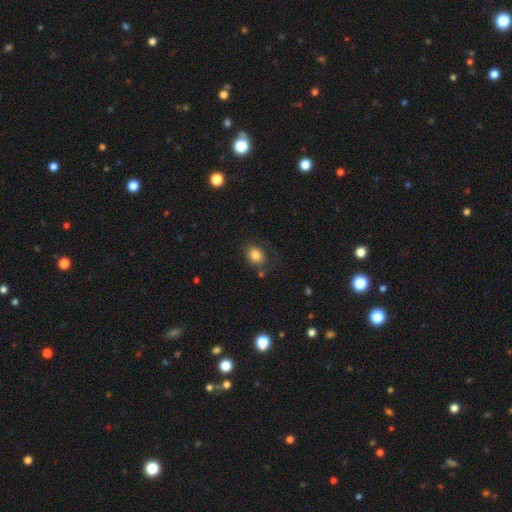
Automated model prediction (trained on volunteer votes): This appears to be a smooth galaxy with no disk features (81%) that is in between round and cigar-shaped (53%). Merging: none (68%).